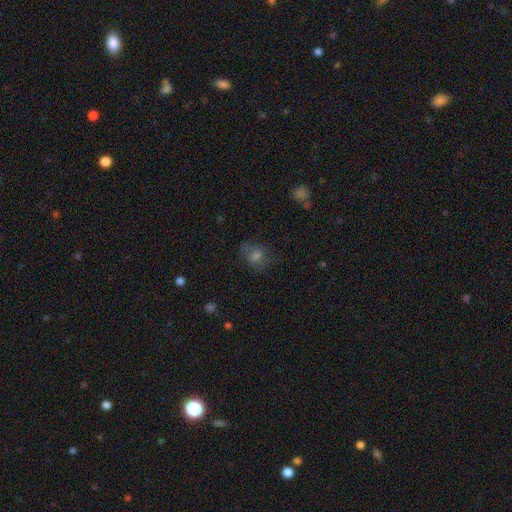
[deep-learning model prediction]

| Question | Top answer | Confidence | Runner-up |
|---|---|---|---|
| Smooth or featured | smooth | 57% | star or artifact (22%) |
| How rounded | round | 56% | in between (42%) |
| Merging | none | 66% | minor disturbance (20%) |